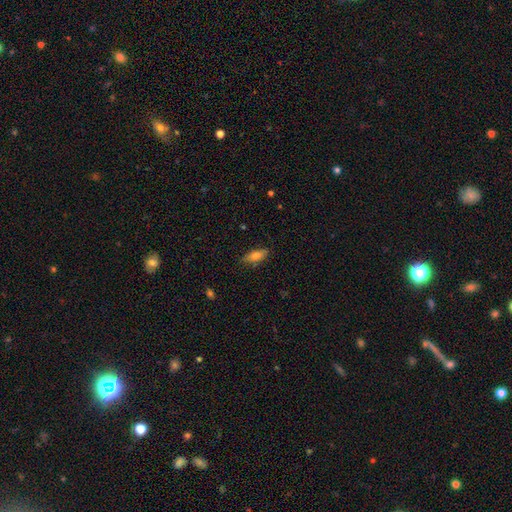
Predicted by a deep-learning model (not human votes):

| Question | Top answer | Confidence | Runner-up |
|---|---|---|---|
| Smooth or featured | smooth | 71% | featured or disk (21%) |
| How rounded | in between | 71% | cigar-shaped (26%) |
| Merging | none | 81% | minor disturbance (15%) |